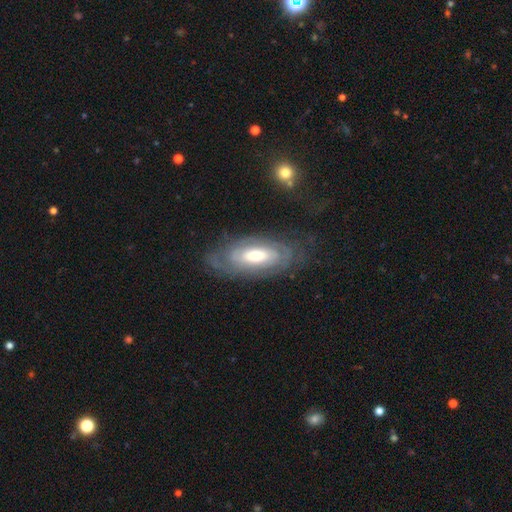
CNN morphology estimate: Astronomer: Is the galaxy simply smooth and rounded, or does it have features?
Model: featured or disk — 76%.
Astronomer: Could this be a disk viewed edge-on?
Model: no — 89%.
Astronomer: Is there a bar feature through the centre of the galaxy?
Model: no — 62%.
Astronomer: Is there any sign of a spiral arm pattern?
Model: yes — 80%.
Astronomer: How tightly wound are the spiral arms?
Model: tight — 70%.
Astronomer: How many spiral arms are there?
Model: can't tell — 55%.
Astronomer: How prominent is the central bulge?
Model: moderate — 62%.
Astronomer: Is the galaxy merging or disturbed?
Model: none — 73%.